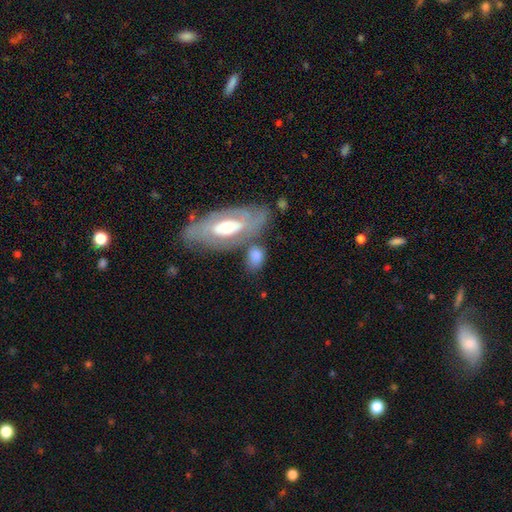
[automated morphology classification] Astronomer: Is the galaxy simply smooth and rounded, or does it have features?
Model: smooth — 63%.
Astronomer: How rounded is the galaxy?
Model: in between — 83%.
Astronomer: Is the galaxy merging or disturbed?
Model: none — 51%.